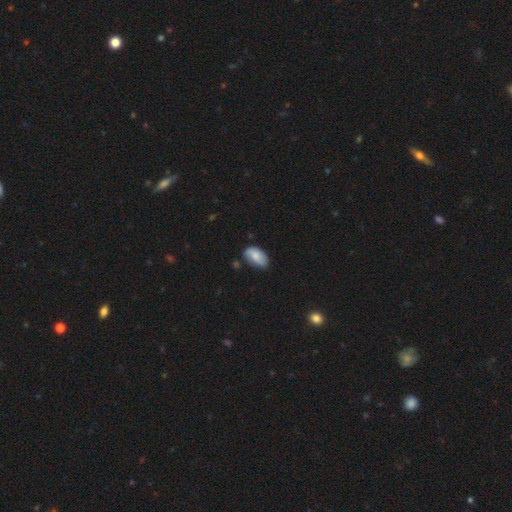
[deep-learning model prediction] A smooth galaxy with no disk features (74%) that is in between round and cigar-shaped (93%).

Vote fractions:
- Smooth or featured? smooth: 74% / featured or disk: 19% / star or artifact: 7%
- How rounded? in between: 93% / round: 6% / cigar-shaped: 2%
- Merging? none: 58% / minor disturbance: 32% / major disturbance: 6% / merger: 4%